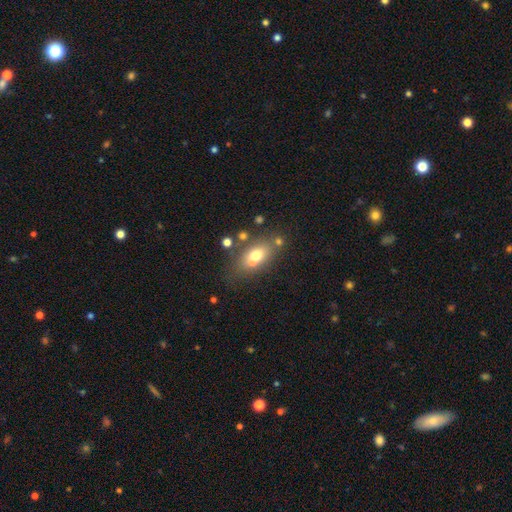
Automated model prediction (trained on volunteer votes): A smooth galaxy with no disk features (65%) that is in between round and cigar-shaped (75%).

Vote fractions:
- Smooth or featured? smooth: 65% / featured or disk: 23% / star or artifact: 12%
- How rounded? in between: 75% / round: 19% / cigar-shaped: 6%
- Merging? none: 55% / merger: 23% / minor disturbance: 15% / major disturbance: 7%